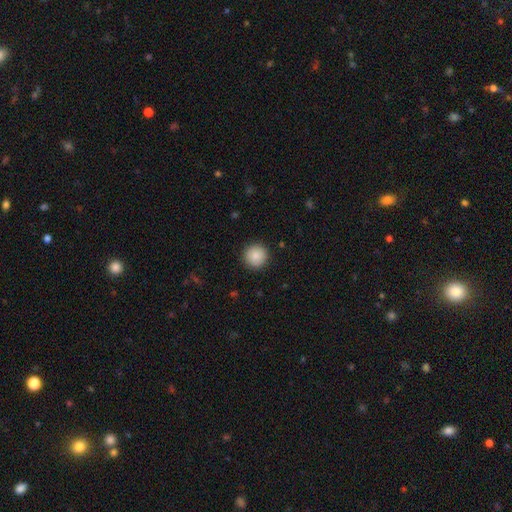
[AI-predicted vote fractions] A smooth galaxy with no disk features (87%) that is round (95%). Merging: none (92%).